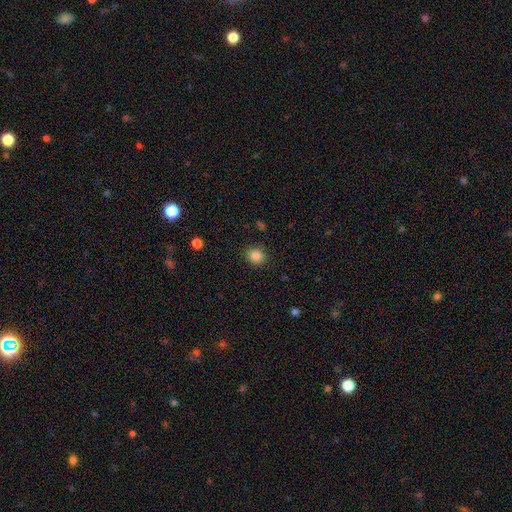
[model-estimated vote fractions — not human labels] The model was most divided on "smooth or featured": smooth: 85%, star or artifact: 11%, featured or disk: 4%. More confident: how rounded — round (88%); merging — none (88%).